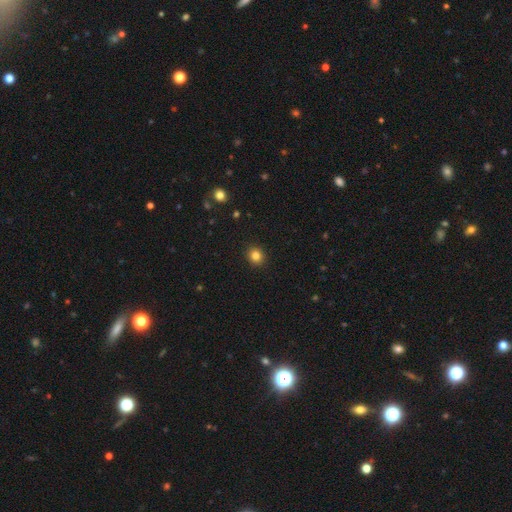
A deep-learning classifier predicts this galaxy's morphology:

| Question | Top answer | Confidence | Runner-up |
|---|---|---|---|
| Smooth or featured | smooth | 83% | star or artifact (12%) |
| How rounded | round | 82% | in between (18%) |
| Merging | none | 92% | minor disturbance (6%) |